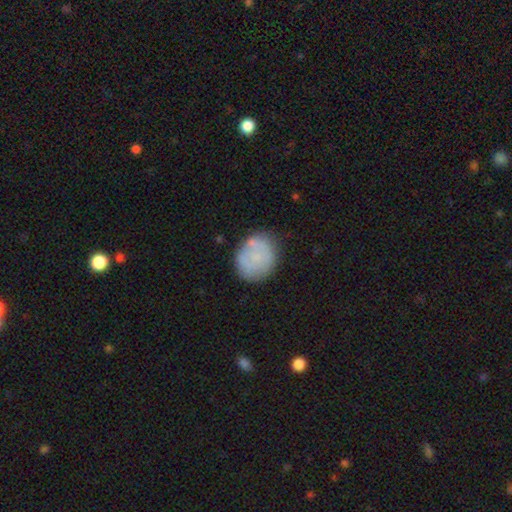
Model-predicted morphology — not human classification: The model was most divided on "how rounded": round: 63%, in between: 36%, cigar-shaped: 1%. More confident: merging — none (67%); smooth or featured — smooth (66%).